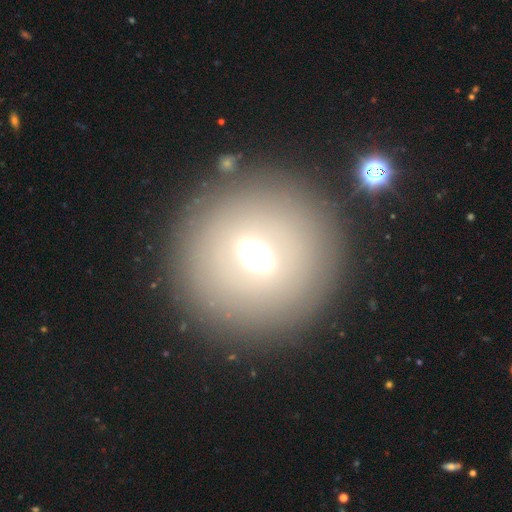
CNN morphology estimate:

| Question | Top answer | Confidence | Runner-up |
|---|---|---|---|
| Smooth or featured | smooth | 50% | featured or disk (29%) |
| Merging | none | 83% | minor disturbance (8%) |